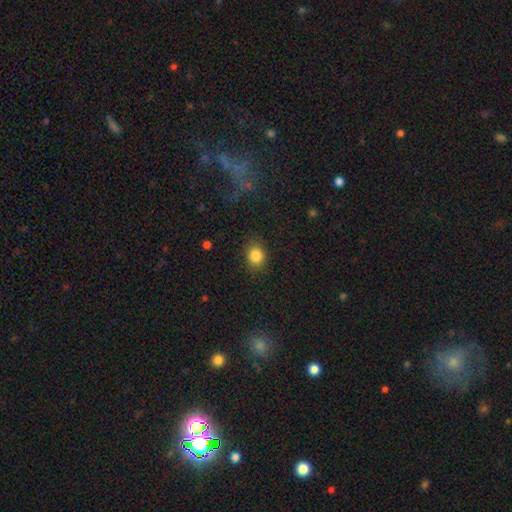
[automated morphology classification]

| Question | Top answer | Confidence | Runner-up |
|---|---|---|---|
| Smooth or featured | smooth | 85% | star or artifact (11%) |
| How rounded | round | 66% | in between (33%) |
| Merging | none | 85% | minor disturbance (10%) |